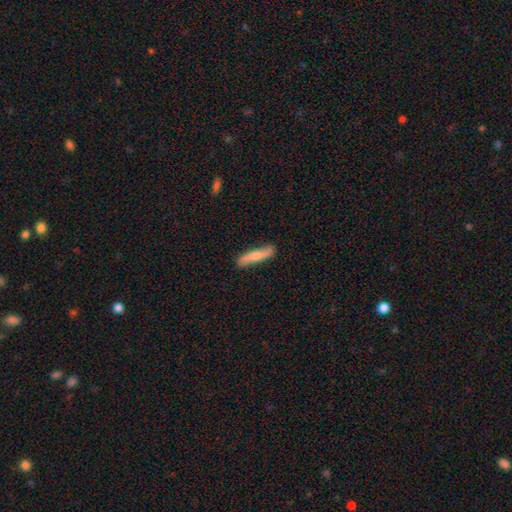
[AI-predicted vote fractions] This appears to be a smooth galaxy with no disk features (60%) that is cigar-shaped (87%). Merging: none (83%).